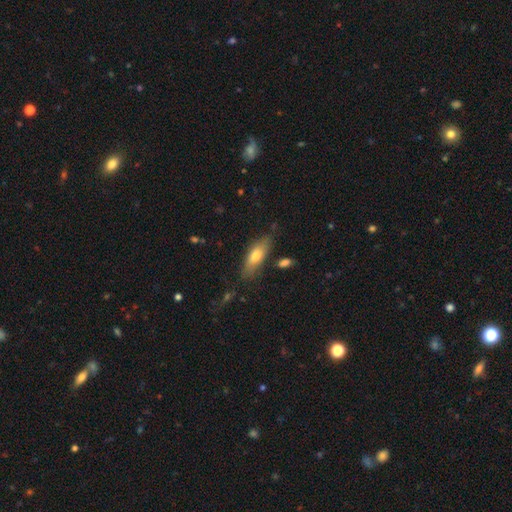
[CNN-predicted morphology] Overall: smooth (69%). How rounded: in between (64%; cigar-shaped 33%). Merging: none (77%).